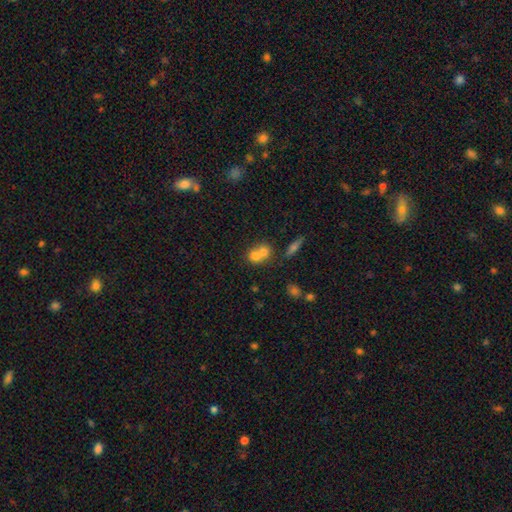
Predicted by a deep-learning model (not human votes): Smooth or featured?
  - smooth: 69% *
  - featured or disk: 19%
  - star or artifact: 12%
How rounded?
  - round: 63% *
  - in between: 35%
  - cigar-shaped: 2%
Merging?
  - merger: 68% *
  - none: 24%
  - minor disturbance: 6%
  - major disturbance: 3%